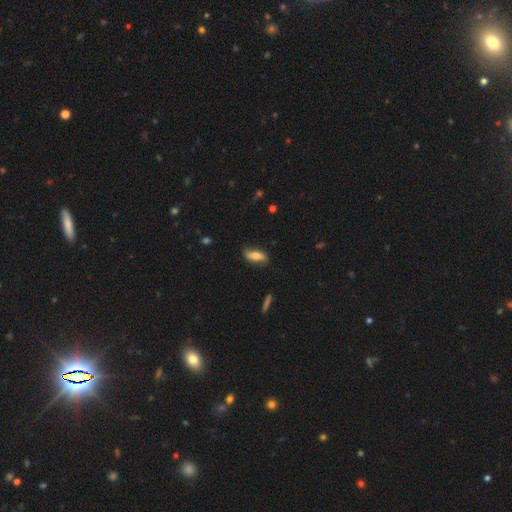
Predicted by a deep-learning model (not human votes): Morphology: type=smooth (68%); roundness=in between (79%); merging=none (78%).